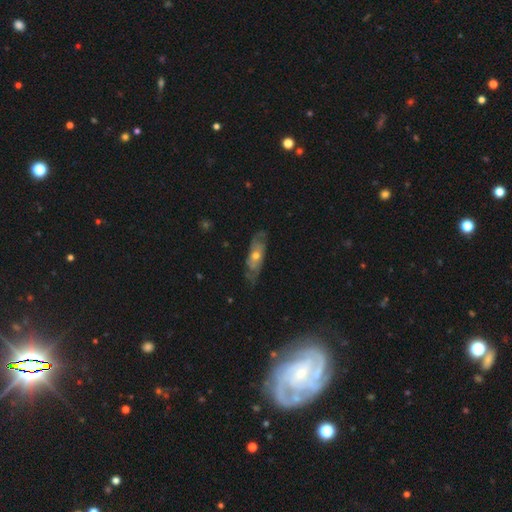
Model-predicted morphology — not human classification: type=featured or disk (69%); edge-on=no (77%); bar=no (80%); spiral arms=yes (79%); bulge=moderate (64%); merging=none (69%).